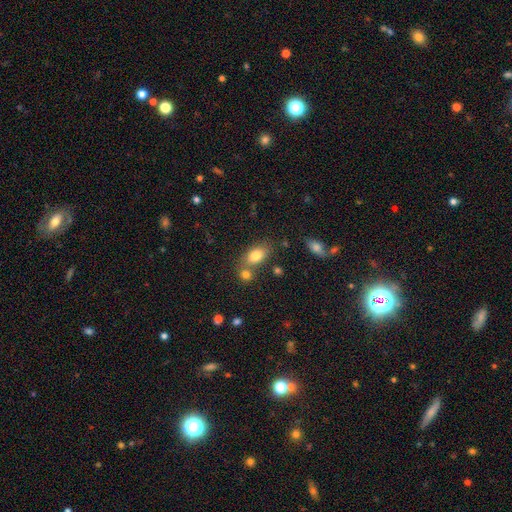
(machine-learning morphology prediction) This appears to be a smooth galaxy with no disk features (79%) that is in between round and cigar-shaped (85%). Merging: none (55%).